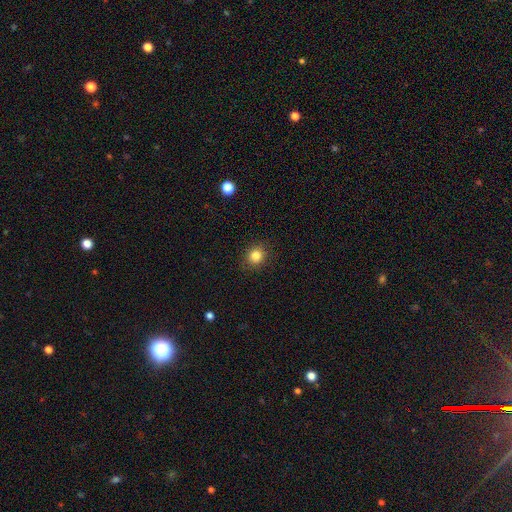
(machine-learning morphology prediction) A smooth galaxy with no disk features (83%) that is round (82%). Merging: none (90%).